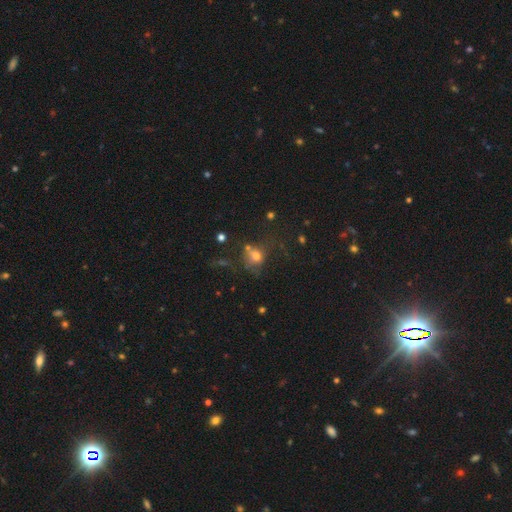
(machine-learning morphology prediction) Q: Smooth or featured?
A: smooth (64%); runner-up: star or artifact (19%)
Q: How rounded?
A: round (64%); runner-up: in between (35%)
Q: Merging?
A: none (44%); runner-up: major disturbance (20%)